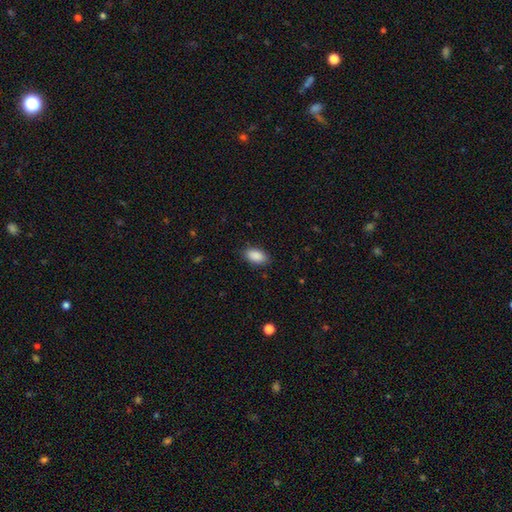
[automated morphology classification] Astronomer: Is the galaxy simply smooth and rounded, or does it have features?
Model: smooth — 90%.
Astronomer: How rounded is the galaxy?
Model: in between — 94%.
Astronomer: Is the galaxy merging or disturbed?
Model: none — 87%.